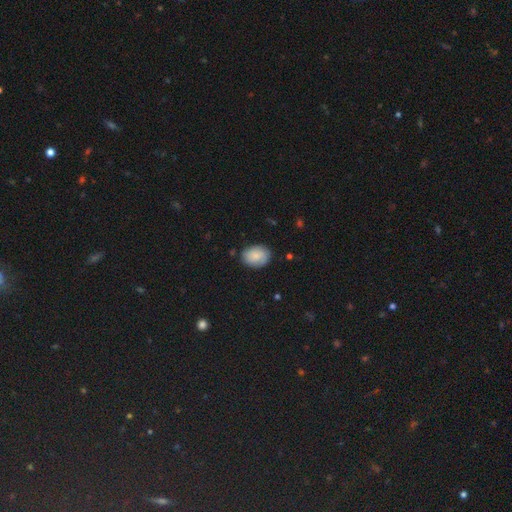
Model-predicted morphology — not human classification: Overall: smooth (81%). How rounded: in between (68%; round 31%). Merging: none (80%).